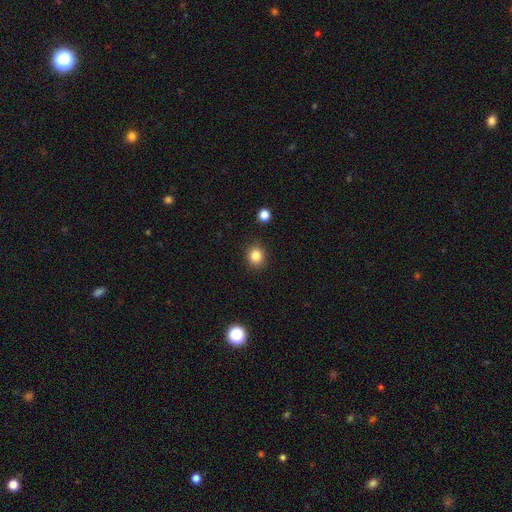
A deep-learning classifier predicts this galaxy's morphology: Overall: smooth (84%). How rounded: round (83%). Merging: none (90%).